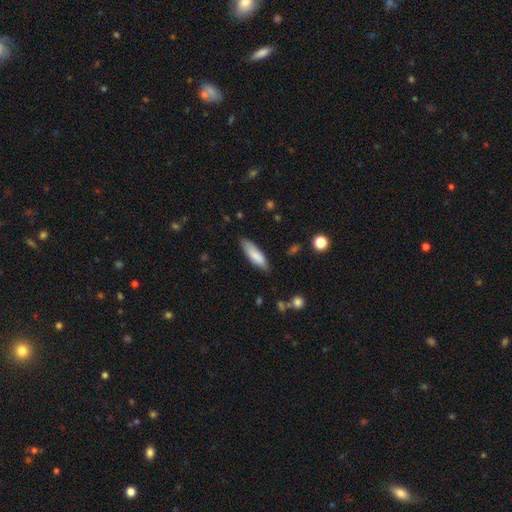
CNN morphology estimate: smooth-or-featured: smooth: 82% | featured or disk: 12% | star or artifact: 6%
  how-rounded: cigar-shaped: 53% | in between: 46% | round: 1%
  merging: none: 79% | minor disturbance: 16% | major disturbance: 3% | merger: 1%